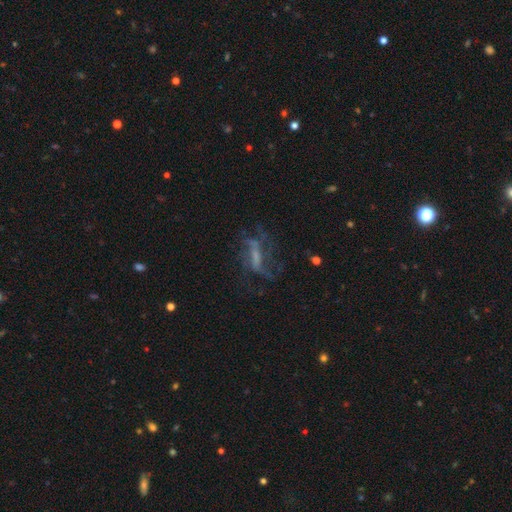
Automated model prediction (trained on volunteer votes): featured or disk 67%, smooth 18%, star or artifact 15%. Down the decision tree: edge-on disk — no (86%); bar — weak (37%); spiral arms — yes (67%); bulge size — none (39%); merging — none (50%).